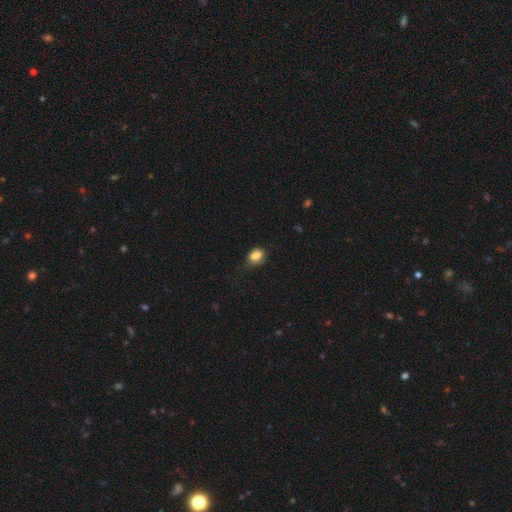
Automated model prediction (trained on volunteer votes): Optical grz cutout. It shows a smooth galaxy with no disk features (84%) that is in between round and cigar-shaped (70%). Merging: none (60%).